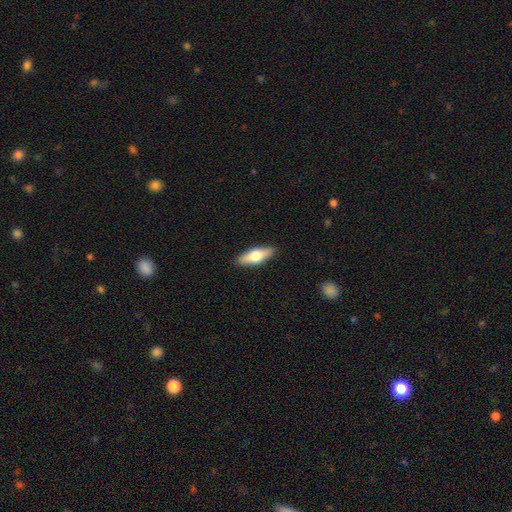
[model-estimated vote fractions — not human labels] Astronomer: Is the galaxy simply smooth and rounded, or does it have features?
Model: smooth — 57% (runner-up: featured or disk, 37%).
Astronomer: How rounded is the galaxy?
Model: in between — 59% (runner-up: cigar-shaped, 38%).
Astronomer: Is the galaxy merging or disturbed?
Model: none — 90%.